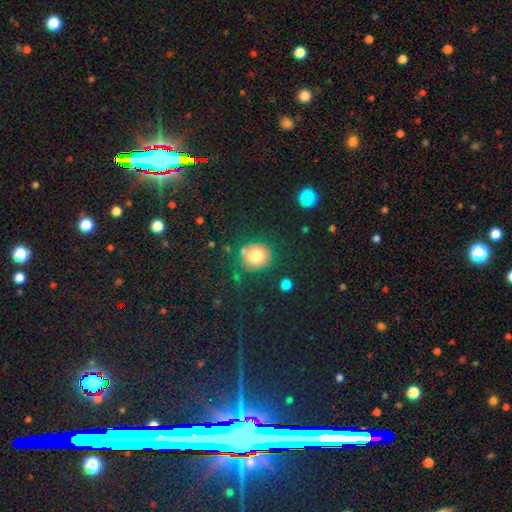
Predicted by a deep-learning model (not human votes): Morphology: type=smooth (68%); roundness=round (86%); merging=none (76%).